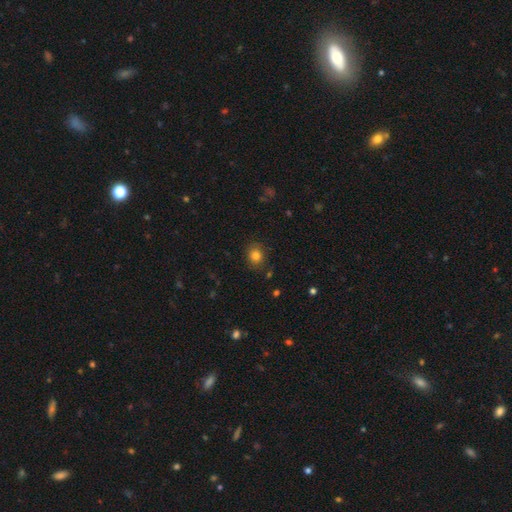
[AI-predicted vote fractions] Smooth or featured? smooth (81%)
How rounded? round (71%)
Merging? none (84%)